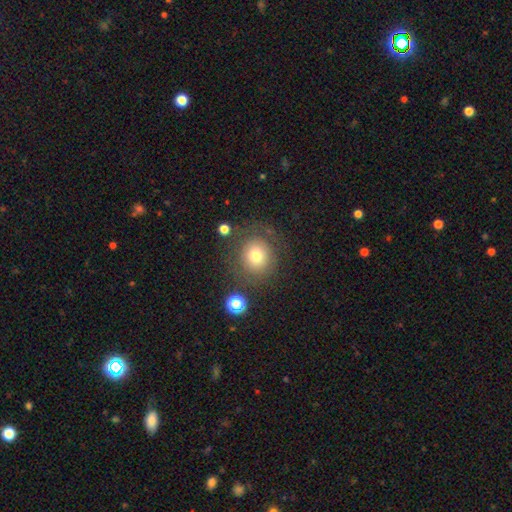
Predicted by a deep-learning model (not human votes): Smooth or featured? smooth (69%)
How rounded? round (89%)
Merging? none (73%)